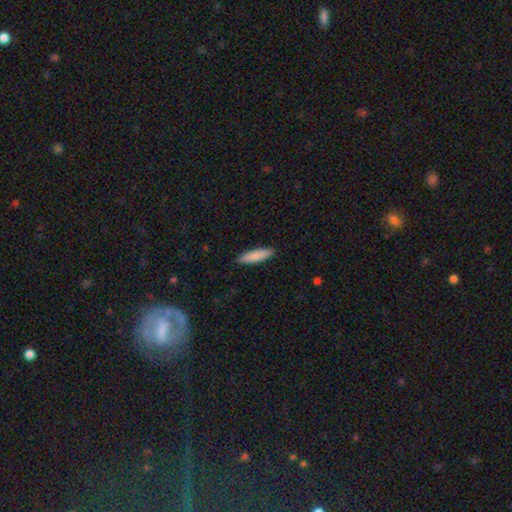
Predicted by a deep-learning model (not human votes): This is clearly a smooth galaxy (86%). How rounded: likely cigar-shaped (71%). Merging: clearly none (90%).